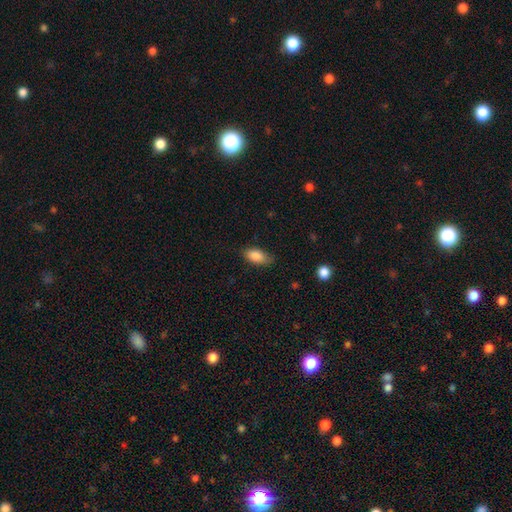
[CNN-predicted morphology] Smooth or featured? smooth (86%)
How rounded? in between (90%)
Merging? none (72%)